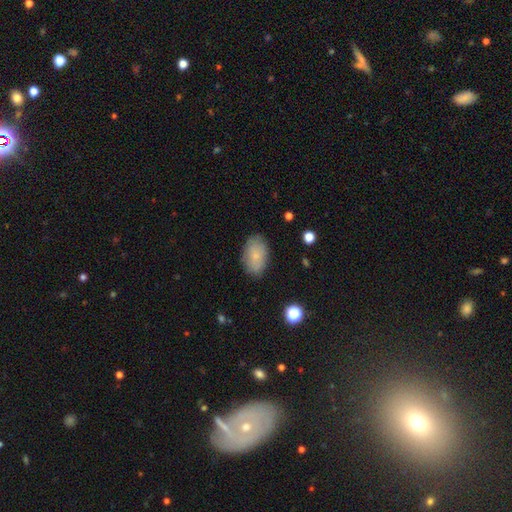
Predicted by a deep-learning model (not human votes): Smooth or featured? smooth (78%)
How rounded? in between (91%)
Merging? none (82%)